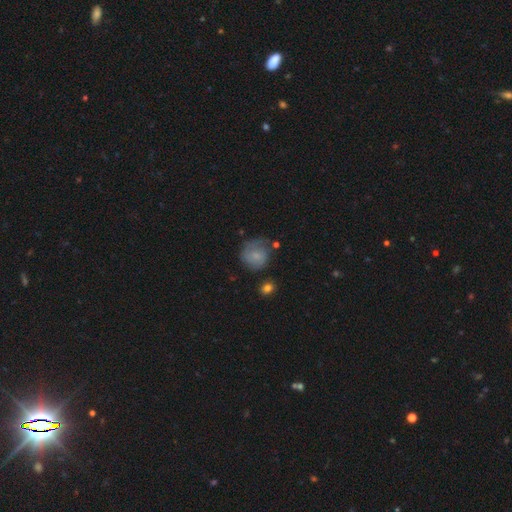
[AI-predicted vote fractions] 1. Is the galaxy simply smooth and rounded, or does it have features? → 59% smooth, 33% featured or disk, 8% star or artifact.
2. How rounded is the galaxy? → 83% round, 16% in between, 1% cigar-shaped.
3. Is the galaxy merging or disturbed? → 54% none, 28% minor disturbance, 14% major disturbance, 4% merger.